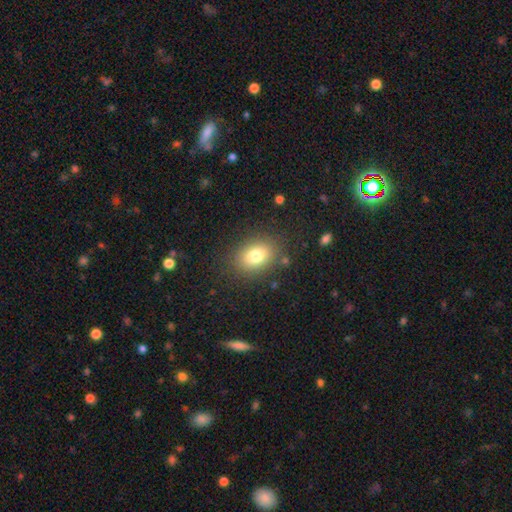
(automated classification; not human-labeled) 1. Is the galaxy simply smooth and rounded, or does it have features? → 78% smooth, 11% star or artifact, 11% featured or disk.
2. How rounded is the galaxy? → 68% in between, 31% round, 1% cigar-shaped.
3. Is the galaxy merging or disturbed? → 83% none, 10% minor disturbance, 5% major disturbance, 2% merger.